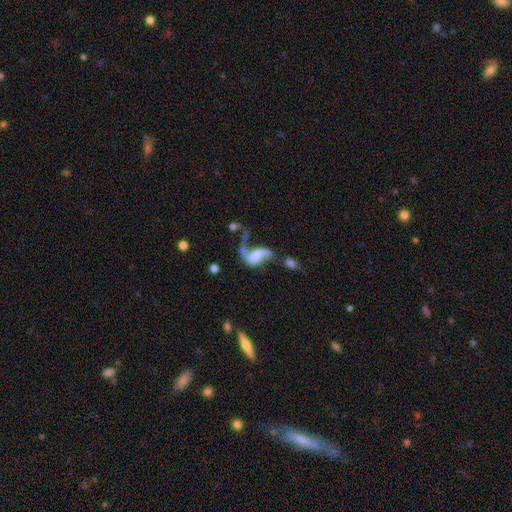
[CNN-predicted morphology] The model was most divided on "merging" (2-way tie): major disturbance: 33%, merger: 33%, none: 21%, minor disturbance: 12%. Remaining: edge-on disk — no (95%); spiral arms — yes (71%); smooth or featured — featured or disk (59%); bar — no (46%); bulge size — none (43%).